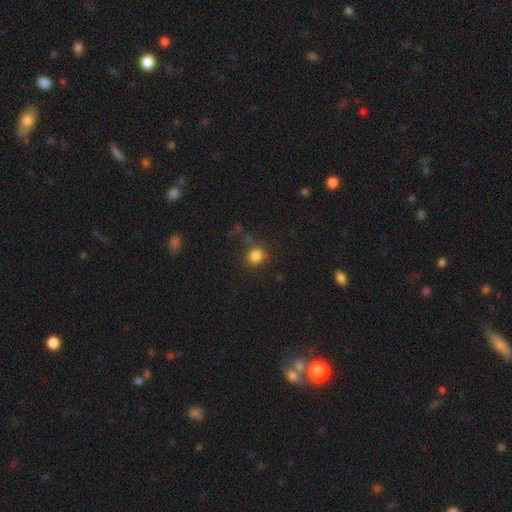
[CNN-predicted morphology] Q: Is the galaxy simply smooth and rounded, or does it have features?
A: smooth — 84%.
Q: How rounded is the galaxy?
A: round — 76%.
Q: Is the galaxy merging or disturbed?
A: none — 73%.